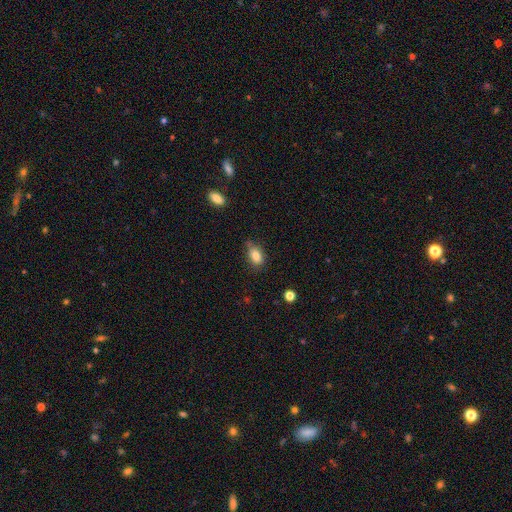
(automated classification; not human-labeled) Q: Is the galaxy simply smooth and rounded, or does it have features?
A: smooth — 83%.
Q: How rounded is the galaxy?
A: in between — 84%.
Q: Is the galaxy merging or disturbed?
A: none — 61%.